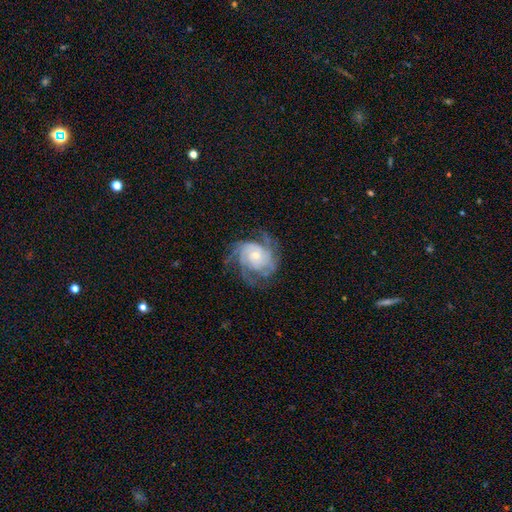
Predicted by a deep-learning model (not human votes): Morphology: type=featured or disk (85%); edge-on=no (97%); bar=no (76%); spiral arms=yes (95%); winding=tight (49%); arm count=3 (30%); bulge=small (60%); merging=none (64%).